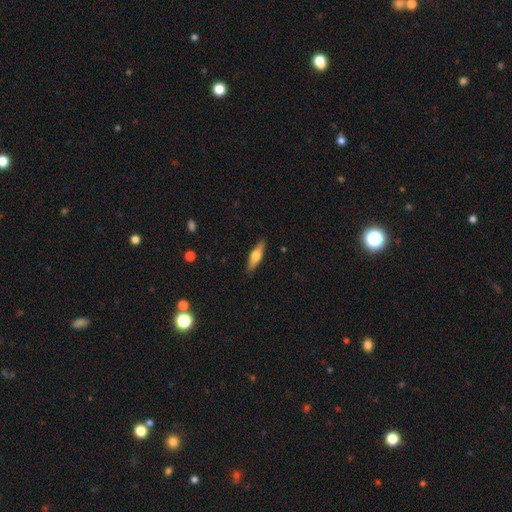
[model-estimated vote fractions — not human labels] A smooth galaxy with no disk features (48%). Merging: none (89%).